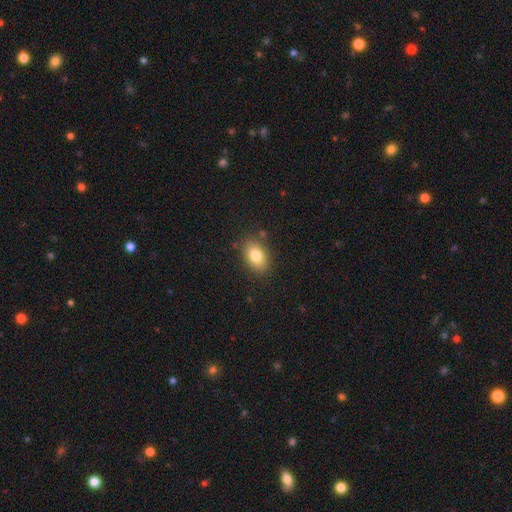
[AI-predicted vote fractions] A smooth galaxy with no disk features (82%) that is in between round and cigar-shaped (87%).

Vote fractions:
- Smooth or featured? smooth: 82% / featured or disk: 9% / star or artifact: 8%
- How rounded? in between: 87% / round: 12% / cigar-shaped: 2%
- Merging? none: 83% / minor disturbance: 12% / major disturbance: 3% / merger: 2%